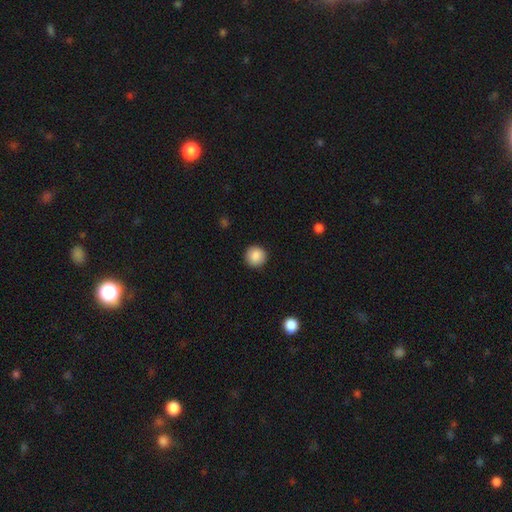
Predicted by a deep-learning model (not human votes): Overall: smooth (88%). How rounded: round (95%). Merging: none (91%).